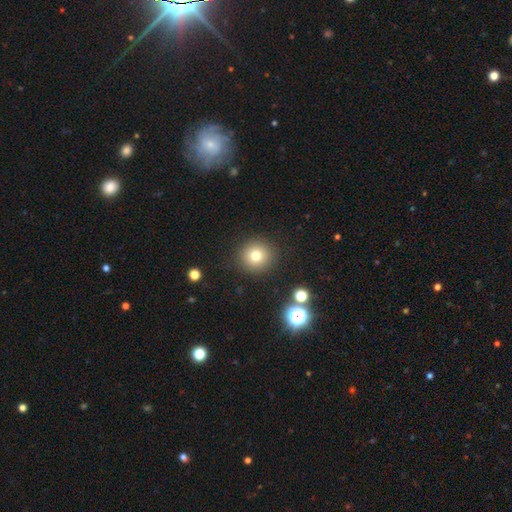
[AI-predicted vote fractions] Smooth or featured? smooth (77%)
How rounded? round (94%)
Merging? none (90%)